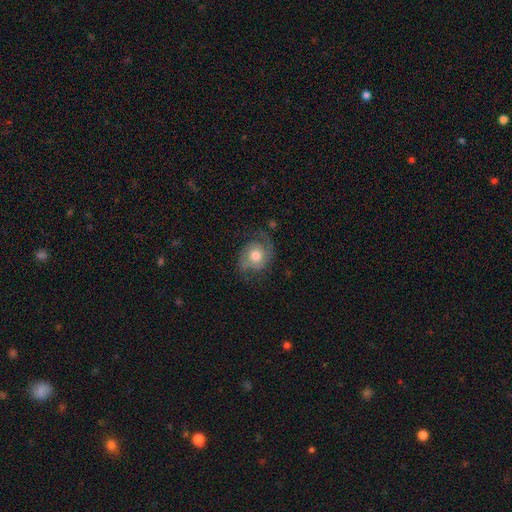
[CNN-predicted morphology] Q: Smooth or featured?
A: featured or disk (63%); runner-up: smooth (30%)
Q: Edge-on disk?
A: no (97%); runner-up: yes (3%)
Q: Bar?
A: no (76%); runner-up: weak (20%)
Q: Spiral arms?
A: yes (88%); runner-up: no (12%)
Q: Spiral winding?
A: medium (44%); runner-up: loose (29%)
Q: Spiral arm count?
A: 2 (79%); runner-up: 1 (9%)
Q: Bulge size?
A: moderate (59%); runner-up: large (30%)
Q: Merging?
A: none (59%); runner-up: minor disturbance (24%)